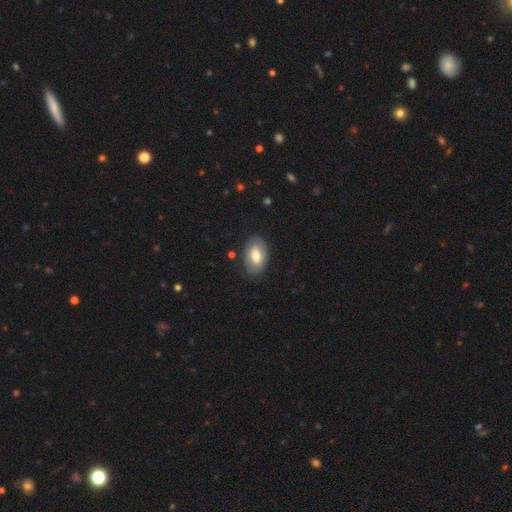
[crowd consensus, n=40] Smooth or featured? 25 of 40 (62%) said smooth. How rounded? 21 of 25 (84%) said in between. Merging? 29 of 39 (74%) said none.